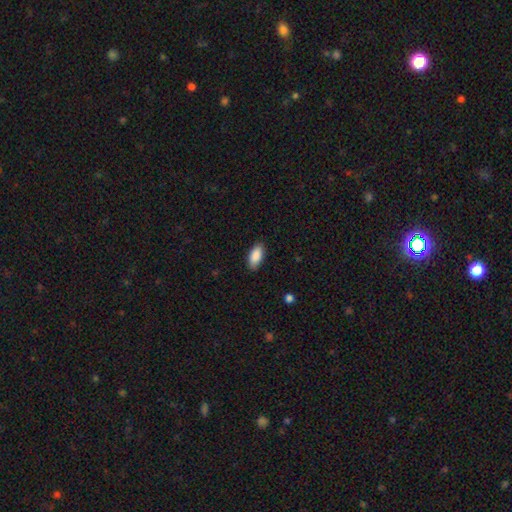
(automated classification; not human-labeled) A smooth galaxy with no disk features (90%) that is in between round and cigar-shaped (91%).

Vote fractions:
- Smooth or featured? smooth: 90% / star or artifact: 6% / featured or disk: 4%
- How rounded? in between: 91% / cigar-shaped: 7% / round: 2%
- Merging? none: 88% / minor disturbance: 9% / major disturbance: 2% / merger: 1%